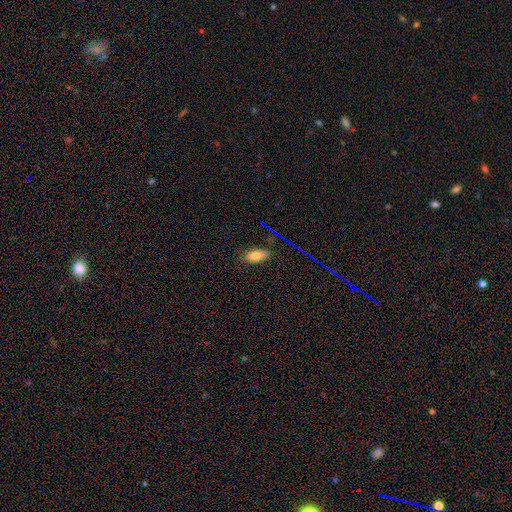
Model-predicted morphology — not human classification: A smooth galaxy with no disk features (75%) that is in between round and cigar-shaped (83%).

Vote fractions:
- Smooth or featured? smooth: 75% / featured or disk: 13% / star or artifact: 12%
- How rounded? in between: 83% / cigar-shaped: 13% / round: 3%
- Merging? none: 81% / minor disturbance: 14% / major disturbance: 3% / merger: 2%